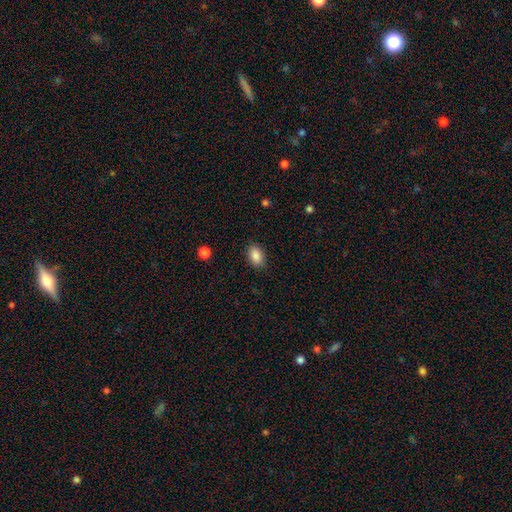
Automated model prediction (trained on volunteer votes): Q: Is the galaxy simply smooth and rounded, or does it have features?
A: smooth — 87%.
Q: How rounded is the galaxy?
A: in between — 87%.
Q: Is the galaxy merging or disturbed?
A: none — 87%.